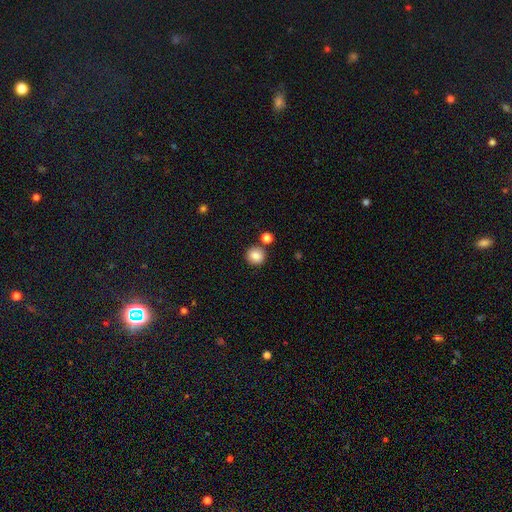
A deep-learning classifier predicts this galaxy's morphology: Smooth or featured: smooth — 86% (star or artifact — 10%)
How rounded: round — 89% (in between — 10%)
Merging: none — 81% (merger — 9%)